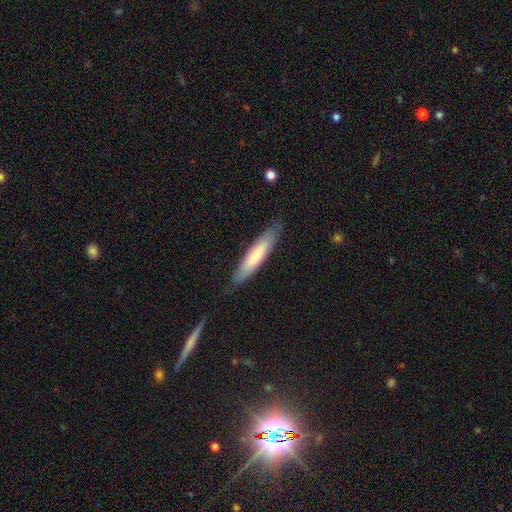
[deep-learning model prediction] This appears to be a smooth galaxy with no disk features (68%) that is cigar-shaped (83%). Merging: none (85%).